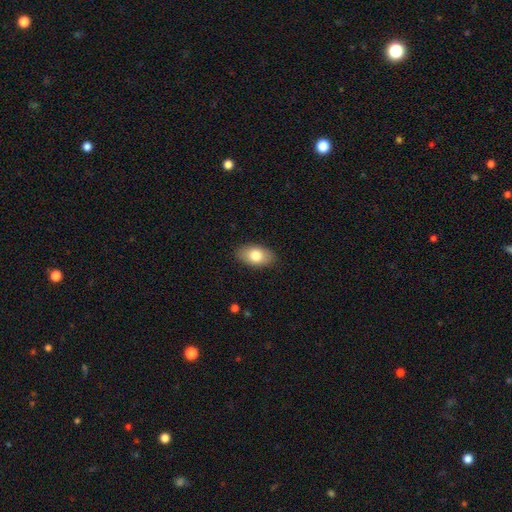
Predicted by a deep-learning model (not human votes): smooth_or_featured: smooth (p=0.78) [alt: featured or disk p=0.15]
how_rounded: in between (p=0.92) [alt: round p=0.06]
merging: none (p=0.88) [alt: minor disturbance p=0.09]